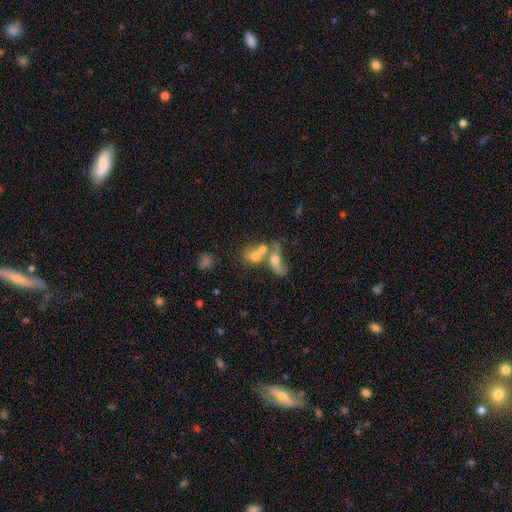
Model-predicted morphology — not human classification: This is possibly a smooth galaxy (52%). How rounded: possibly in between (53%). Merging: likely merger (65%).